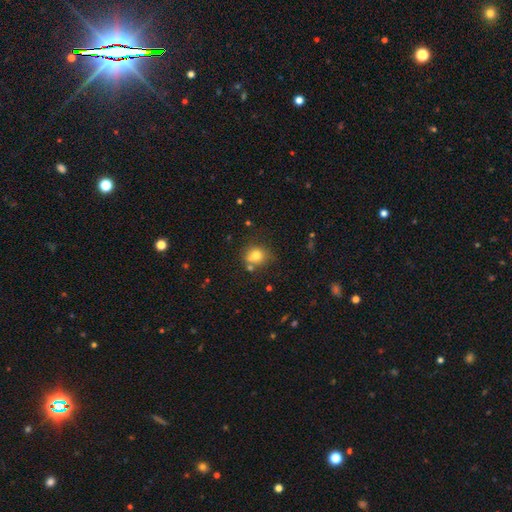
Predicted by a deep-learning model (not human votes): Morphology: type=smooth (77%); roundness=round (72%); merging=none (62%).